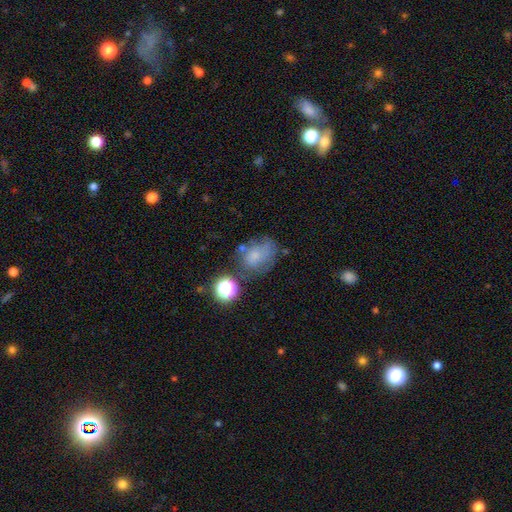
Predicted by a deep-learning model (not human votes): This is likely a smooth galaxy (60%). How rounded: possibly in between (52%). Merging: possibly none (46%).